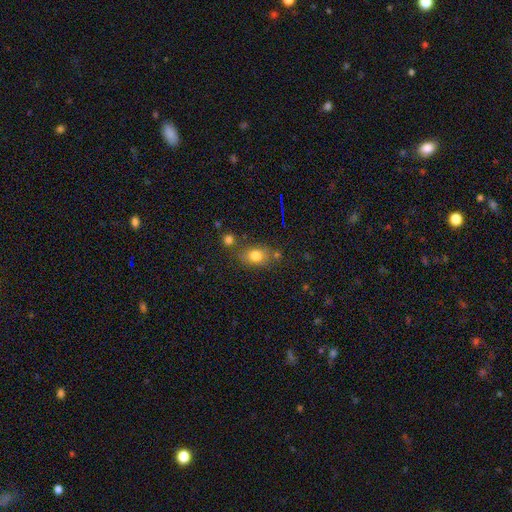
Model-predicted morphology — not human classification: Smooth or featured? Predicted: smooth (p=0.78). How rounded? Predicted: in between (p=0.64). Merging? Predicted: none (p=0.68).